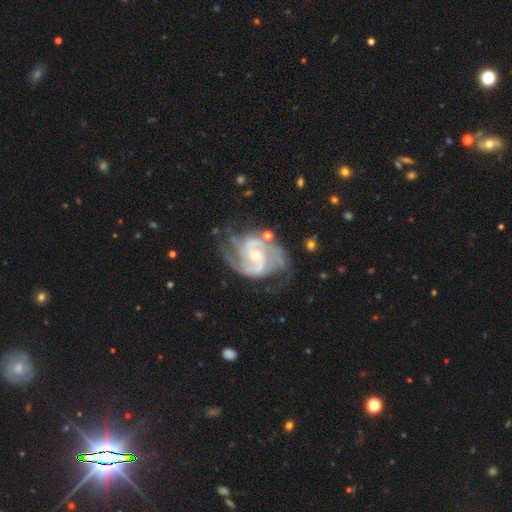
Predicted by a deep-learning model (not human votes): Smooth or featured? featured or disk (92%)
Edge-on disk? no (98%)
Bar? no (49%)
Spiral arms? yes (98%)
Spiral winding? medium (50%)
Spiral arm count? 2 (59%)
Bulge size? small (59%)
Merging? none (63%)